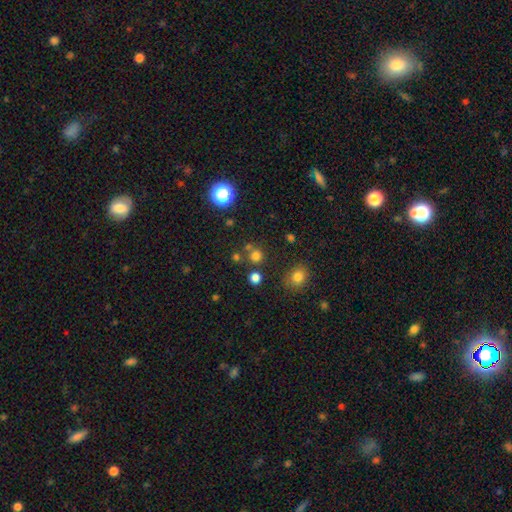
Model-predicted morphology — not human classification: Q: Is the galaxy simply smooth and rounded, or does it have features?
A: smooth — 70%.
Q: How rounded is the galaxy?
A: round — 90%.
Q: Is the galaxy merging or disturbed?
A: none — 71%.